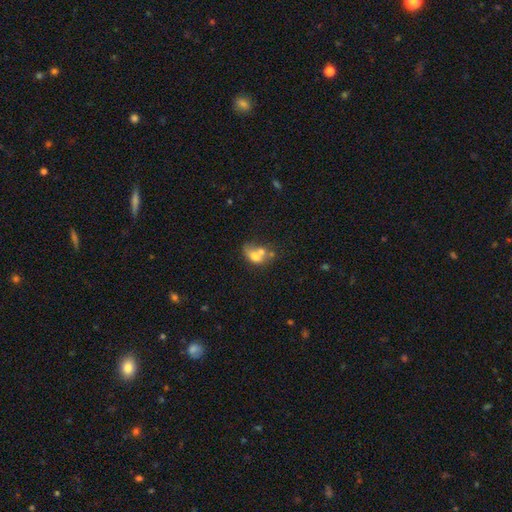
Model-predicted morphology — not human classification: Smooth or featured? smooth (60%)
How rounded? in between (68%)
Merging? merger (59%)